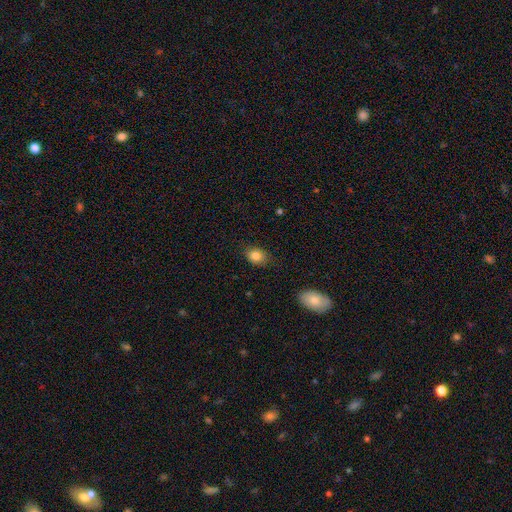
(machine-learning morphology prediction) A smooth galaxy with no disk features (83%) that is in between round and cigar-shaped (65%).

Vote fractions:
- Smooth or featured? smooth: 83% / star or artifact: 10% / featured or disk: 8%
- How rounded? in between: 65% / round: 34% / cigar-shaped: 1%
- Merging? none: 82% / minor disturbance: 14% / major disturbance: 3% / merger: 1%